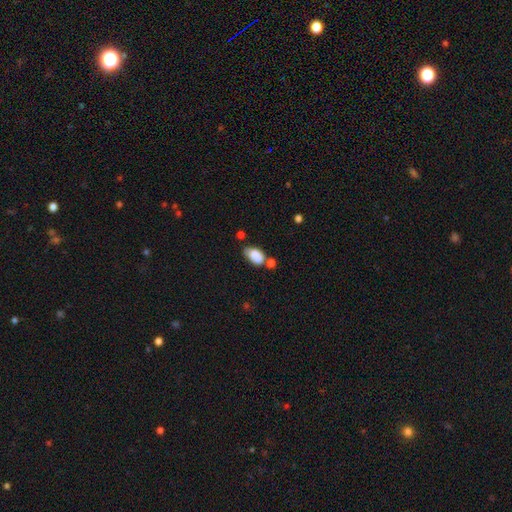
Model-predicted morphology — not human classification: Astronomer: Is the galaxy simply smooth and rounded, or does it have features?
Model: smooth — 80%.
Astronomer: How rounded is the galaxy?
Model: in between — 92%.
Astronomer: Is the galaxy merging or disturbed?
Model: none — 45% (runner-up: minor disturbance, 24%).